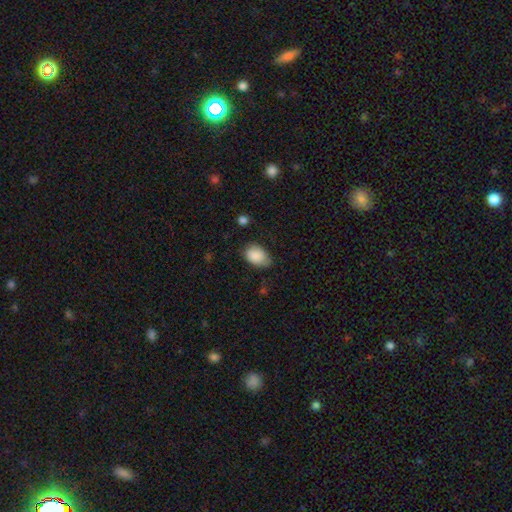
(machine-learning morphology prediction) Overall: smooth (87%). How rounded: in between (86%). Merging: none (64%; minor disturbance 28%).